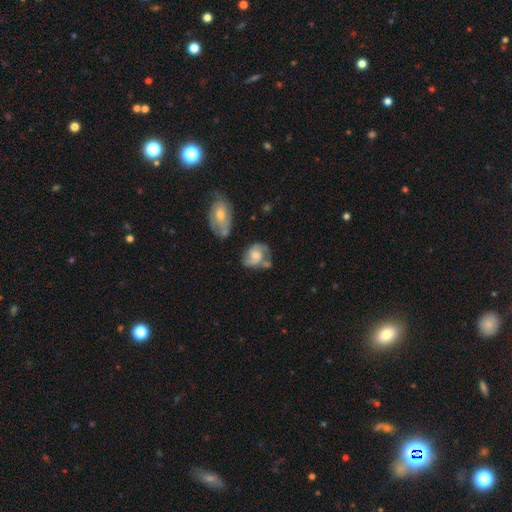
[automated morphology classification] Smooth or featured? featured or disk (57%)
Edge-on disk? no (97%)
Bar? no (67%)
Spiral arms? yes (78%)
Bulge size? moderate (49%)
Merging? none (40%)